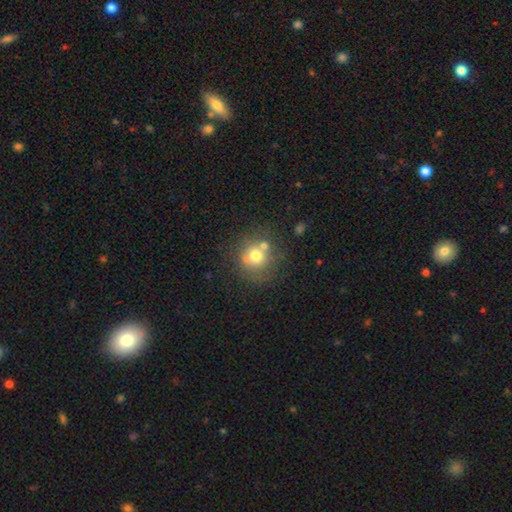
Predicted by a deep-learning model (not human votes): smooth-or-featured: smooth: 69% | featured or disk: 18% | star or artifact: 13%
  how-rounded: round: 89% | in between: 10% | cigar-shaped: 1%
  merging: none: 62% | merger: 20% | minor disturbance: 13% | major disturbance: 6%